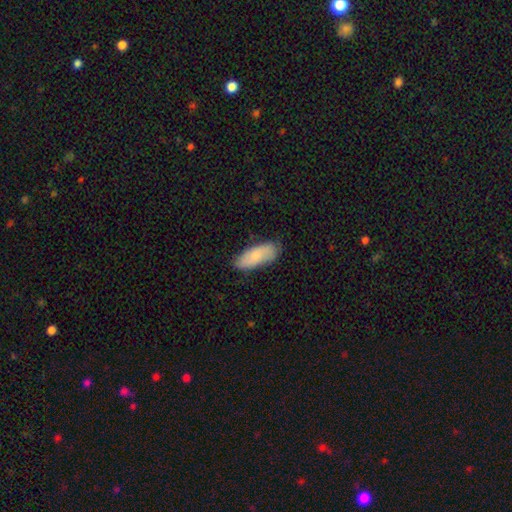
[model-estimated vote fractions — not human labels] Morphology: type=smooth (76%); roundness=in between (77%); merging=none (77%).